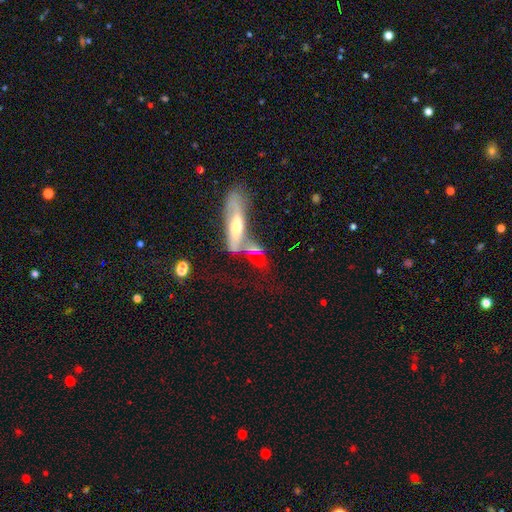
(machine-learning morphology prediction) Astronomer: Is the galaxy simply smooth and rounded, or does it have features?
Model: smooth — 43%, tied with featured or disk at 43%.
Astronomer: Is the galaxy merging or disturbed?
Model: none — 40% (runner-up: merger, 29%).